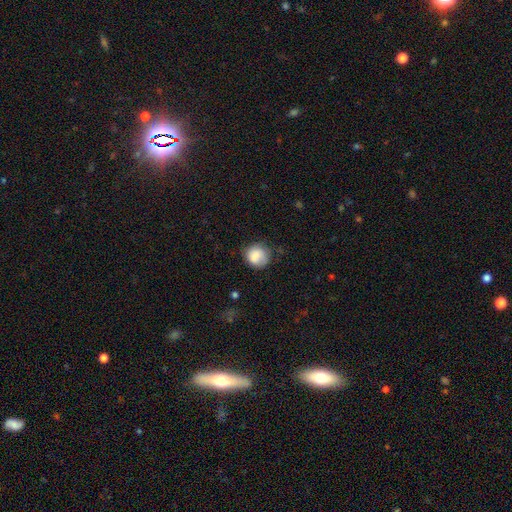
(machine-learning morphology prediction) A smooth galaxy with no disk features (84%) that is round (85%). Merging: none (66%).